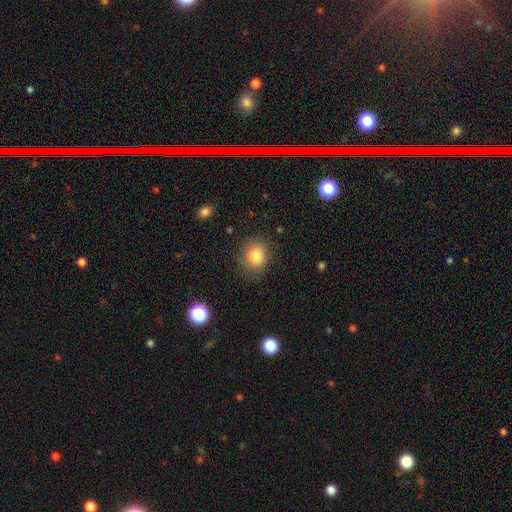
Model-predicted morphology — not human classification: smooth-or-featured: smooth: 82% | star or artifact: 11% | featured or disk: 7%
  how-rounded: round: 69% | in between: 30% | cigar-shaped: 1%
  merging: none: 83% | minor disturbance: 12% | major disturbance: 4% | merger: 1%